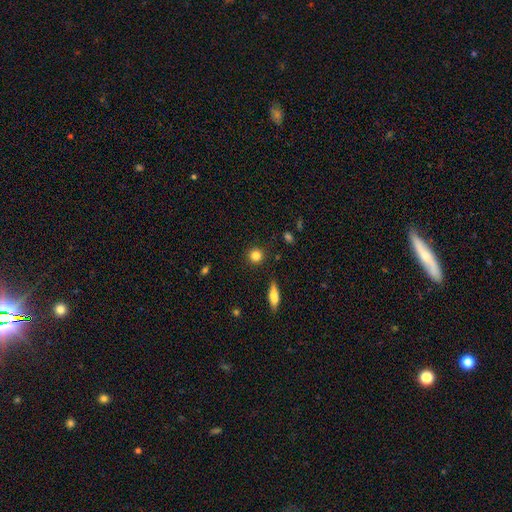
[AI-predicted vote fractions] This appears to be a smooth galaxy with no disk features (83%) that is round (91%). Merging: none (90%).